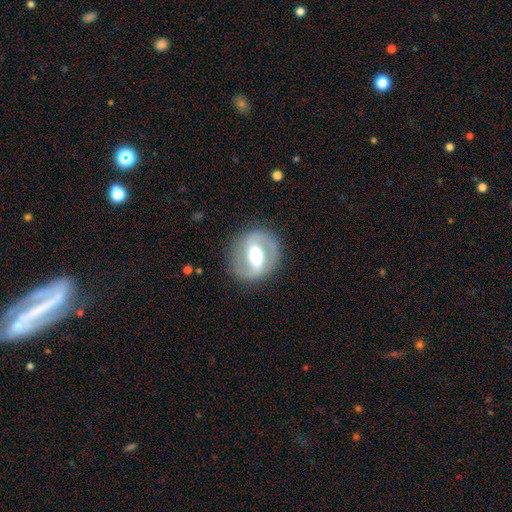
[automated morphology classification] Smooth or featured? featured or disk (74%)
Edge-on disk? no (95%)
Bar? strong (52%)
Spiral arms? yes (71%)
Bulge size? moderate (60%)
Merging? none (83%)